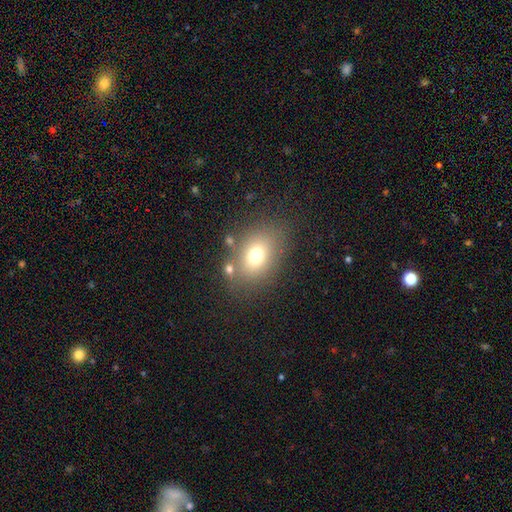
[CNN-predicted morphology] Smooth or featured?
  - smooth: 71% *
  - featured or disk: 15%
  - star or artifact: 14%
How rounded?
  - in between: 66% *
  - round: 32%
  - cigar-shaped: 1%
Merging?
  - none: 75% *
  - minor disturbance: 13%
  - merger: 7%
  - major disturbance: 6%